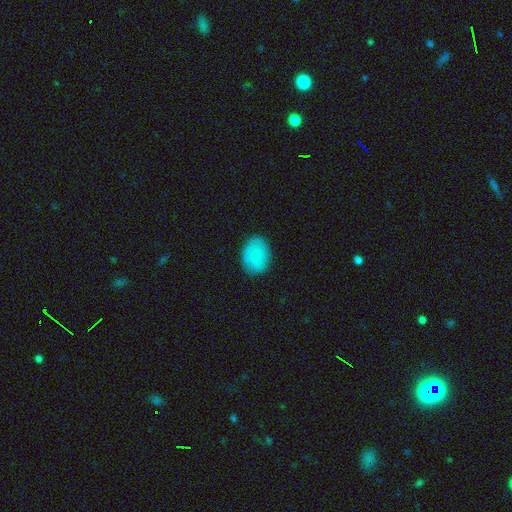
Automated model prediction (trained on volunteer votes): smooth-or-featured: smooth: 80% | featured or disk: 13% | star or artifact: 8%
  how-rounded: in between: 69% | round: 30% | cigar-shaped: 1%
  merging: none: 80% | minor disturbance: 15% | major disturbance: 4% | merger: 1%